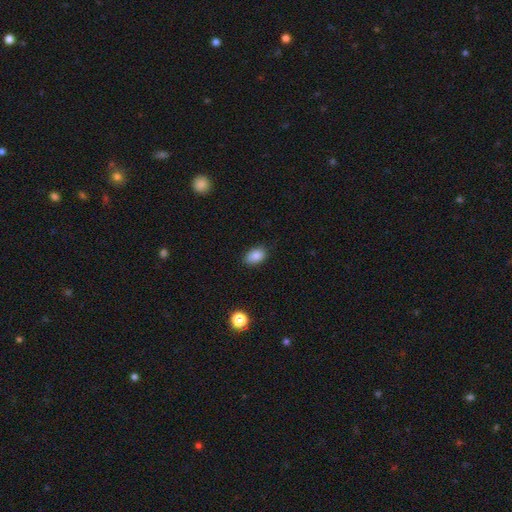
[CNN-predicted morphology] The model was most divided on "merging": none: 84%, minor disturbance: 12%, major disturbance: 3%, merger: 1%. More confident: smooth or featured — smooth (86%); how rounded — in between (86%).